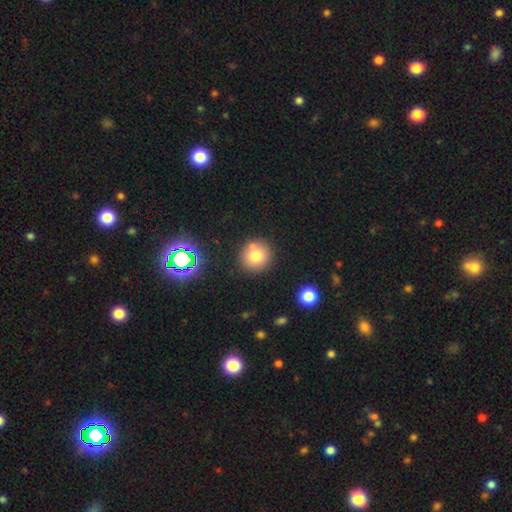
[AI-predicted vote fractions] smooth_or_featured: smooth (p=0.74) [alt: star or artifact p=0.15]
how_rounded: round (p=0.94) [alt: in between p=0.05]
merging: none (p=0.82) [alt: minor disturbance p=0.09]